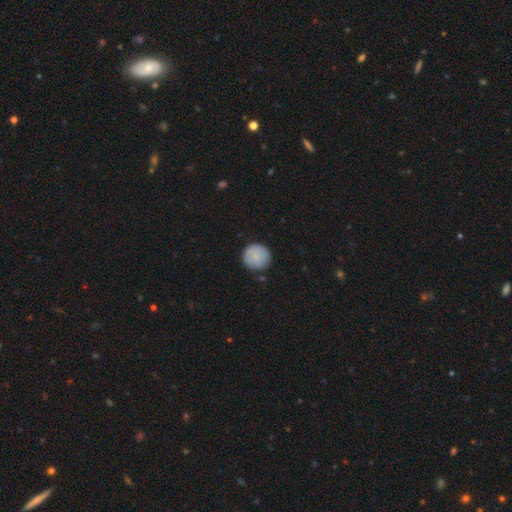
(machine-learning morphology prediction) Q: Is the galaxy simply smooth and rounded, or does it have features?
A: smooth — 84%.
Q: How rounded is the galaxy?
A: round — 95%.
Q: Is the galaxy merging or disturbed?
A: none — 86%.